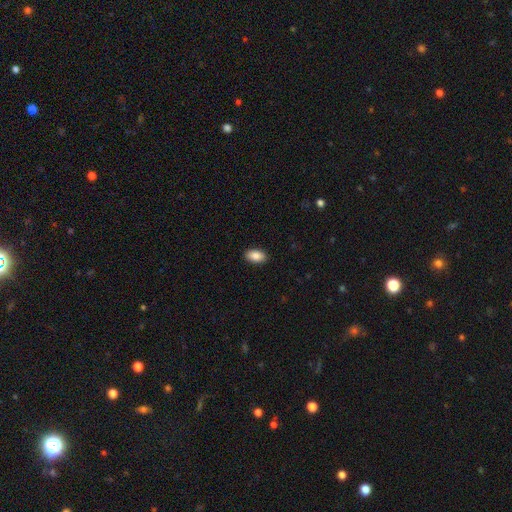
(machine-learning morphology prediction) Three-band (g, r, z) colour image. It shows a smooth galaxy with no disk features (89%) that is in between round and cigar-shaped (94%). Merging: none (90%).